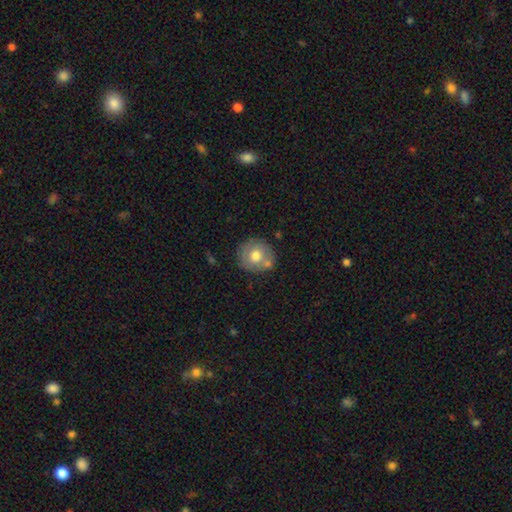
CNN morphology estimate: The model was most divided on "smooth or featured": smooth: 67%, featured or disk: 25%, star or artifact: 8%. More confident: how rounded — round (88%); merging — none (67%).